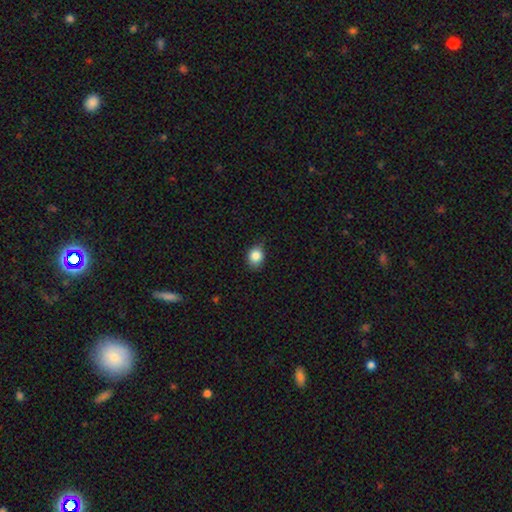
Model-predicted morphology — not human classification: smooth-or-featured: smooth: 85% | star or artifact: 10% | featured or disk: 5%
  how-rounded: round: 61% | in between: 38% | cigar-shaped: 1%
  merging: none: 74% | minor disturbance: 22% | major disturbance: 3% | merger: 1%